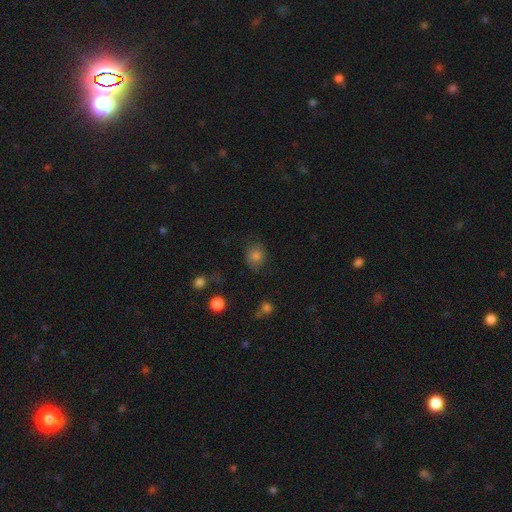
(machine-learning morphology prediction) Smooth or featured? Predicted: smooth (p=0.79). How rounded? Predicted: round (p=0.63). Merging? Predicted: none (p=0.74).